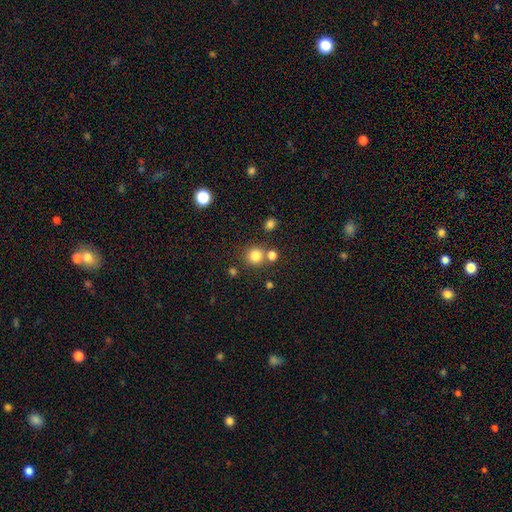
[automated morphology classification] smooth_or_featured: smooth (p=0.81) [alt: star or artifact p=0.14]
how_rounded: round (p=0.91) [alt: in between p=0.08]
merging: none (p=0.73) [alt: merger p=0.15]